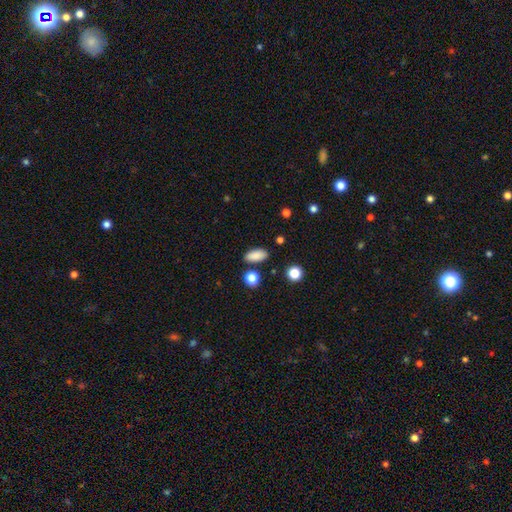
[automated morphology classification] smooth-or-featured: smooth: 86% | star or artifact: 9% | featured or disk: 4%
  how-rounded: in between: 85% | cigar-shaped: 9% | round: 6%
  merging: none: 84% | minor disturbance: 9% | merger: 4% | major disturbance: 3%